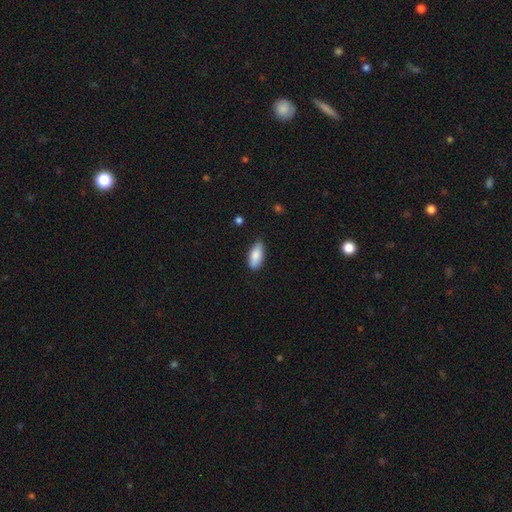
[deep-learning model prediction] Q: Smooth or featured?
A: smooth (86%); runner-up: featured or disk (8%)
Q: How rounded?
A: in between (87%); runner-up: cigar-shaped (10%)
Q: Merging?
A: none (75%); runner-up: minor disturbance (21%)